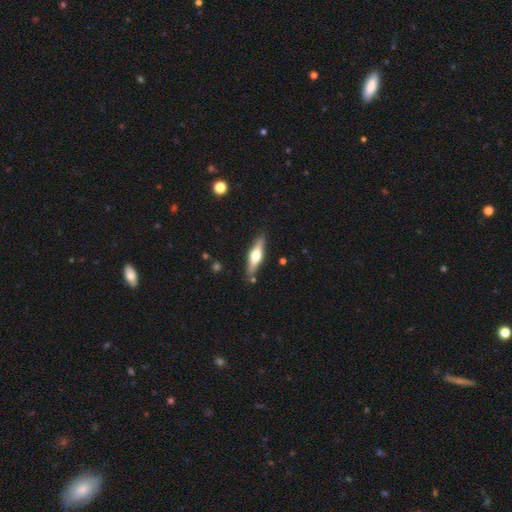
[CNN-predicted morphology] Smooth or featured?
  - featured or disk: 54% *
  - smooth: 40%
  - star or artifact: 6%
Edge-on disk?
  - yes: 93% *
  - no: 7%
Edge-on bulge?
  - rounded: 93% *
  - boxy: 4%
  - none: 3%
Merging?
  - none: 85% *
  - minor disturbance: 10%
  - merger: 3%
  - major disturbance: 2%